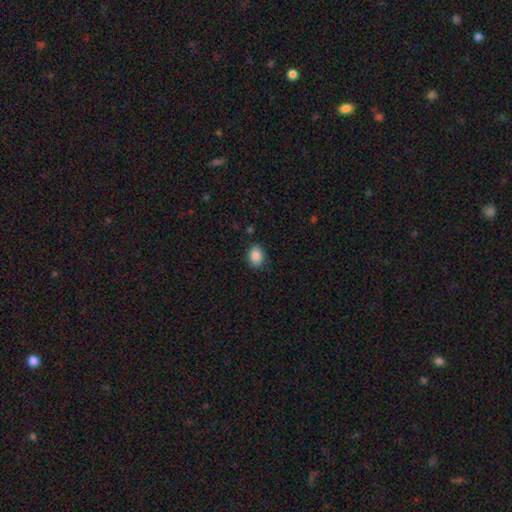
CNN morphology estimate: Smooth or featured? smooth (87%)
How rounded? in between (69%)
Merging? none (84%)